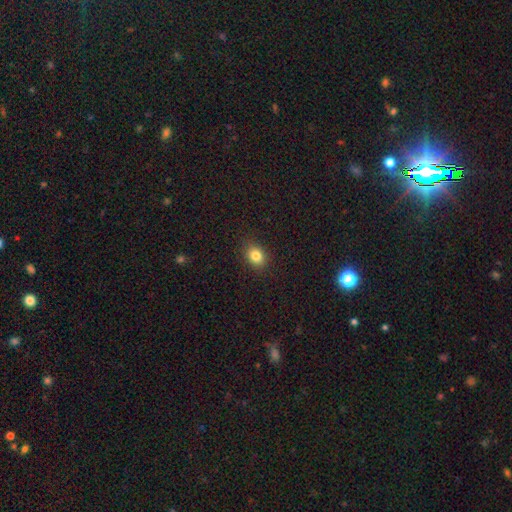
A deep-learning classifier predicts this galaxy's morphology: Smooth or featured? Predicted: smooth (p=0.83). How rounded? Predicted: in between (p=0.54). Merging? Predicted: none (p=0.88).